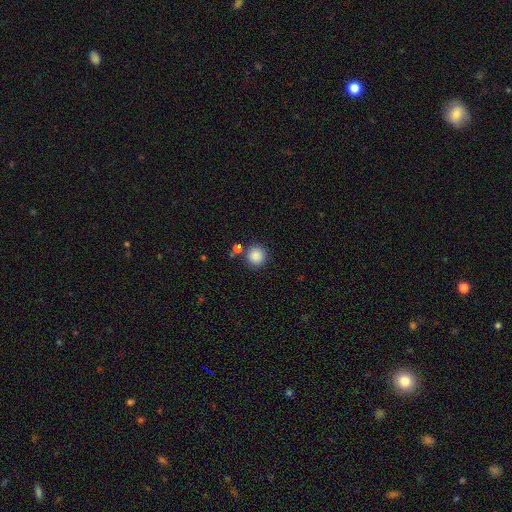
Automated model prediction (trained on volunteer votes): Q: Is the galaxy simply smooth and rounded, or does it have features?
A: smooth — 87%.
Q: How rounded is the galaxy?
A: round — 95%.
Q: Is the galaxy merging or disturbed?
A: none — 82%.